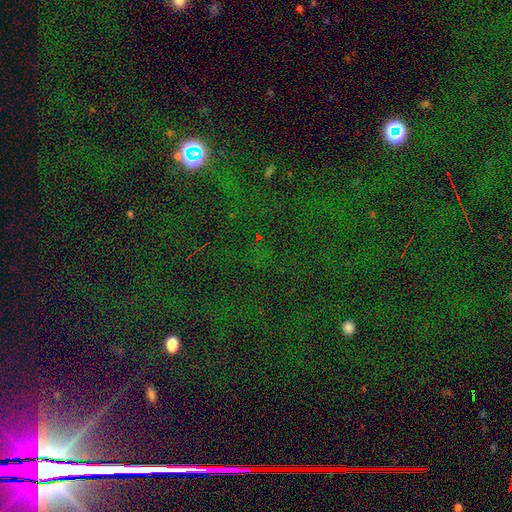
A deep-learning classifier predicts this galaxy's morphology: star or artifact 83%, smooth 9%, featured or disk 8%.